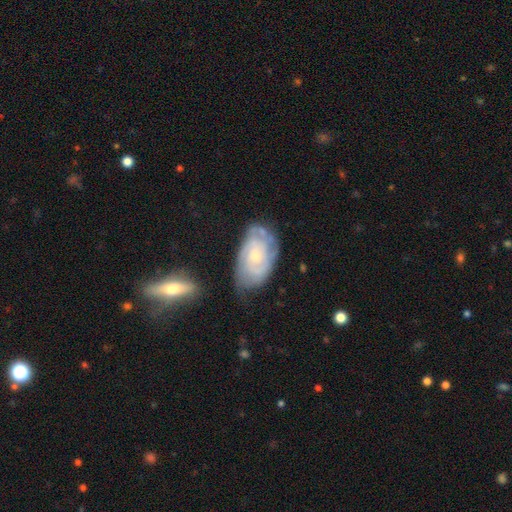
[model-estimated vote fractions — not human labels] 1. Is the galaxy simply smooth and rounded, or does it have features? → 75% featured or disk, 19% smooth, 6% star or artifact.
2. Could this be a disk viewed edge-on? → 95% no, 5% yes.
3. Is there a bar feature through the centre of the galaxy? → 74% no, 22% weak, 3% strong.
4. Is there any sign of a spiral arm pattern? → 89% yes, 11% no.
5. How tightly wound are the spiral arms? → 66% tight, 27% medium, 7% loose.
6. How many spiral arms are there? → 43% can't tell, 27% 2, 15% 3, 7% 4, 4% 1, 4% more than 4.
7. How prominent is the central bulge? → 68% small, 27% moderate, 2% none, 2% large, 1% dominant.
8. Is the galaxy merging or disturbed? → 63% none, 25% minor disturbance, 8% major disturbance, 4% merger.